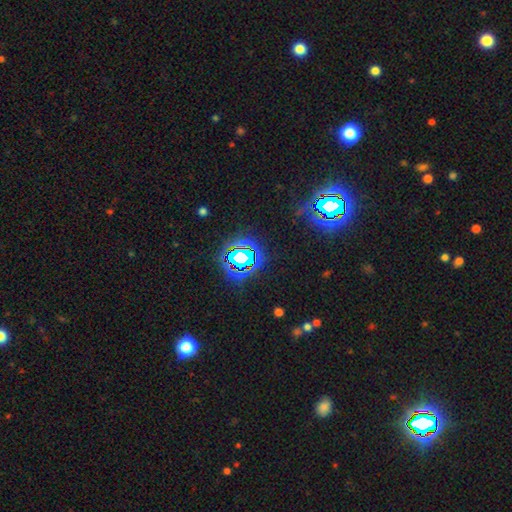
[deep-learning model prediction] star or artifact 81%, smooth 12%, featured or disk 7%.